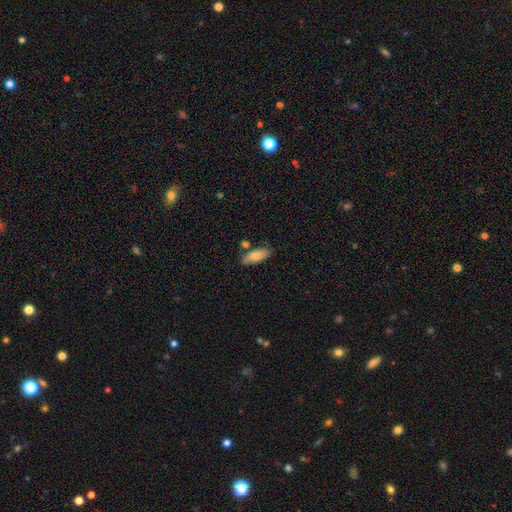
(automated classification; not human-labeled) smooth_or_featured: smooth (p=0.79) [alt: featured or disk p=0.15]
how_rounded: in between (p=0.75) [alt: cigar-shaped p=0.23]
merging: none (p=0.72) [alt: minor disturbance p=0.16]